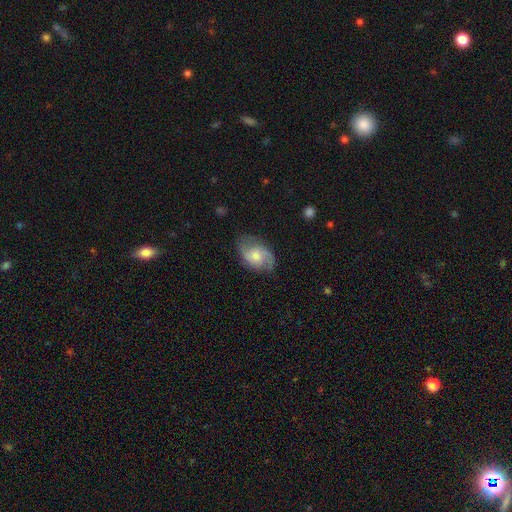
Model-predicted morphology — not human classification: type=featured or disk (64%); edge-on=no (96%); bar=no (62%); spiral arms=yes (90%); winding=medium (44%); arm count=2 (82%); bulge=moderate (48%); merging=none (72%).